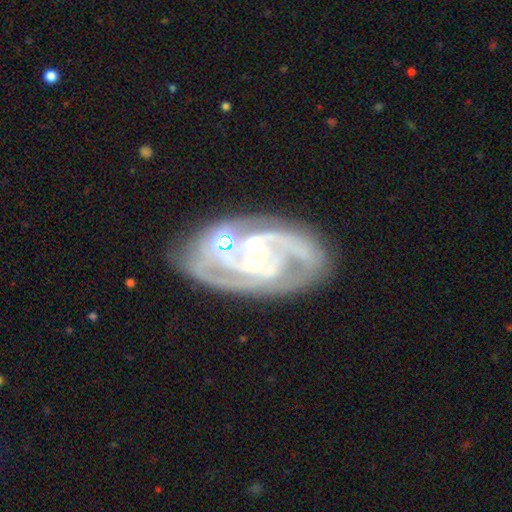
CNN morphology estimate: Smooth or featured?
  - featured or disk: 87% *
  - smooth: 7%
  - star or artifact: 6%
Edge-on disk?
  - no: 96% *
  - yes: 4%
Bar?
  - weak: 40% *
  - no: 34%
  - strong: 27%
Spiral arms?
  - yes: 95% *
  - no: 5%
Spiral winding?
  - tight: 48% *
  - medium: 41%
  - loose: 10%
Spiral arm count?
  - 2: 47% *
  - 3: 23%
  - can't tell: 17%
  - 4: 6%
  - 1: 4%
  - more than 4: 4%
Bulge size?
  - small: 62% *
  - moderate: 25%
  - none: 9%
  - large: 3%
  - dominant: 1%
Merging?
  - none: 62% *
  - minor disturbance: 18%
  - major disturbance: 11%
  - merger: 10%